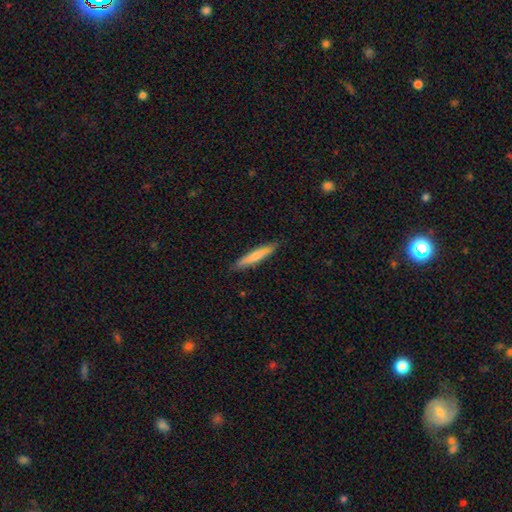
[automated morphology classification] type=smooth (70%); roundness=cigar-shaped (94%); merging=none (88%).